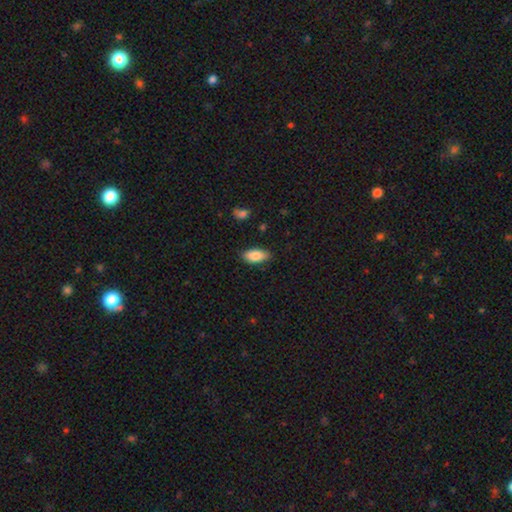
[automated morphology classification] Smooth or featured?
  - smooth: 84% *
  - featured or disk: 10%
  - star or artifact: 7%
How rounded?
  - in between: 90% *
  - cigar-shaped: 8%
  - round: 3%
Merging?
  - none: 83% *
  - minor disturbance: 14%
  - major disturbance: 2%
  - merger: 1%